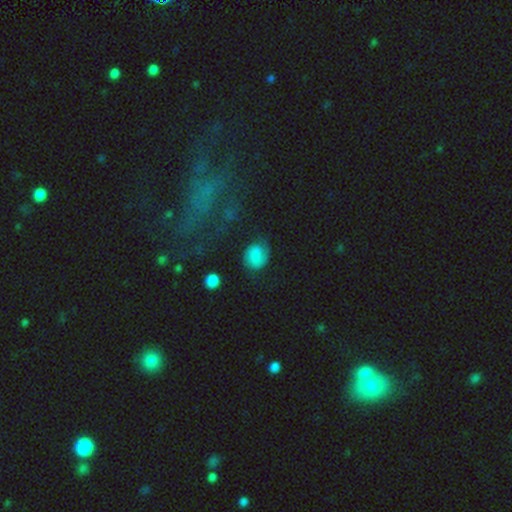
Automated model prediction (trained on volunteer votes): Overall: smooth (54%; featured or disk 35%). How rounded: in between (51%; round 48%). Merging: none (59%; minor disturbance 25%).